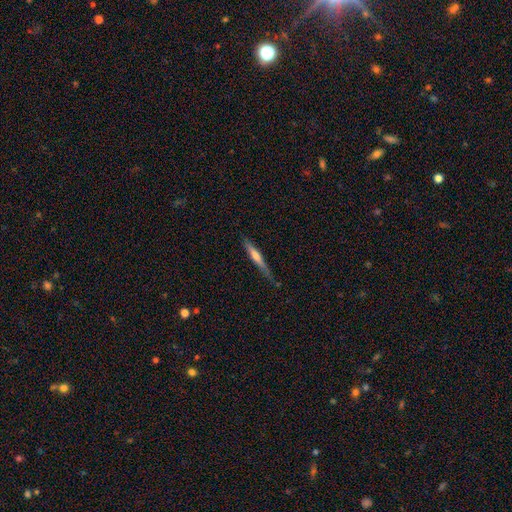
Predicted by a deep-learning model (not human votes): A featured or disk galaxy (47%, tied with smooth).

Vote fractions:
- Smooth or featured? featured or disk: 47% (tied) / smooth: 47% (tied) / star or artifact: 6%
- Merging? none: 73% / minor disturbance: 21% / major disturbance: 4% / merger: 2%